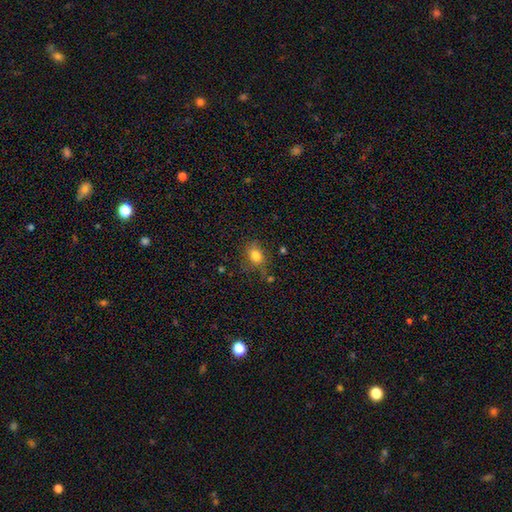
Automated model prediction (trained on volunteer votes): A smooth galaxy with no disk features (81%) that is in between round and cigar-shaped (56%).

Vote fractions:
- Smooth or featured? smooth: 81% / star or artifact: 12% / featured or disk: 7%
- How rounded? in between: 56% / round: 43% / cigar-shaped: 1%
- Merging? none: 72% / minor disturbance: 18% / major disturbance: 6% / merger: 4%